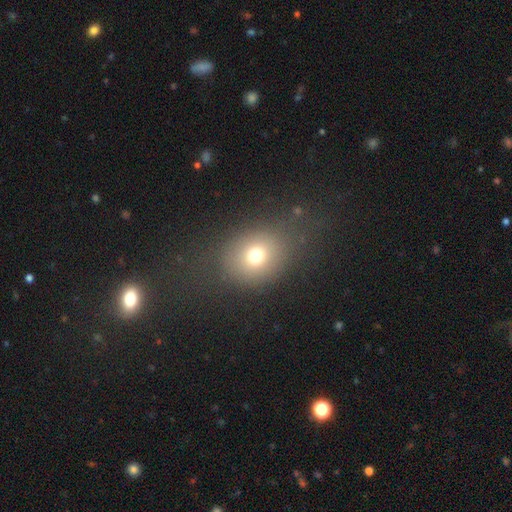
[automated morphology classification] Smooth or featured? smooth (72%)
How rounded? round (53%)
Merging? none (71%)